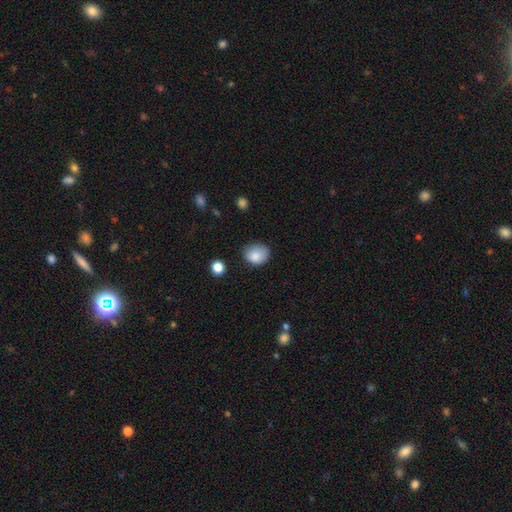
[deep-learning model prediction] Smooth or featured? smooth (85%)
How rounded? round (54%)
Merging? none (68%)